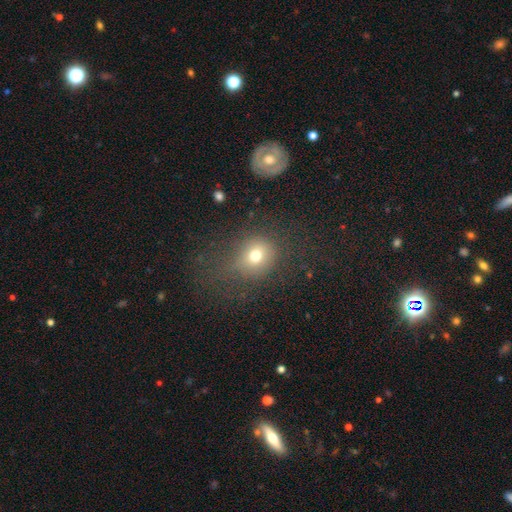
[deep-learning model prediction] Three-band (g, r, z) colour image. It shows a smooth galaxy with no disk features (71%) that is round (73%). Merging: none (65%).